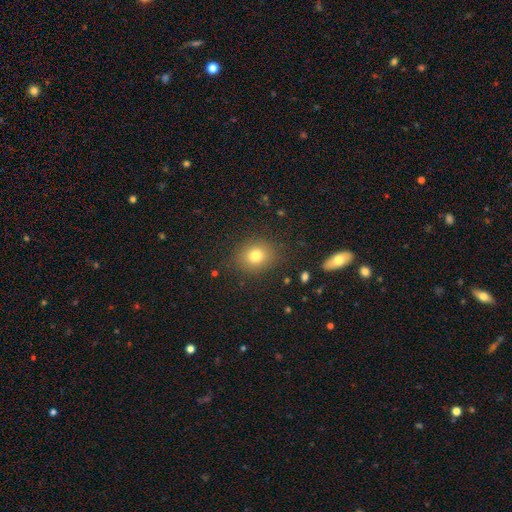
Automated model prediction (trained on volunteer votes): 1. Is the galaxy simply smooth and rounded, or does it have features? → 78% smooth, 13% star or artifact, 9% featured or disk.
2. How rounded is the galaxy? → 63% round, 36% in between, 1% cigar-shaped.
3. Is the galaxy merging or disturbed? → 86% none, 9% minor disturbance, 3% major disturbance, 2% merger.